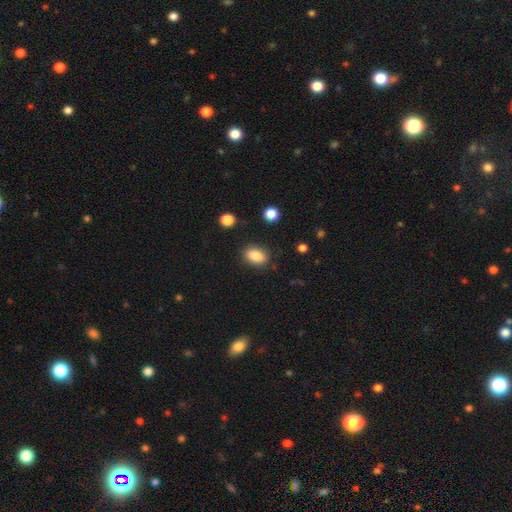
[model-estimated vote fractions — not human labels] Smooth or featured: smooth — 85% (star or artifact — 8%)
How rounded: in between — 85% (round — 12%)
Merging: none — 85% (minor disturbance — 10%)